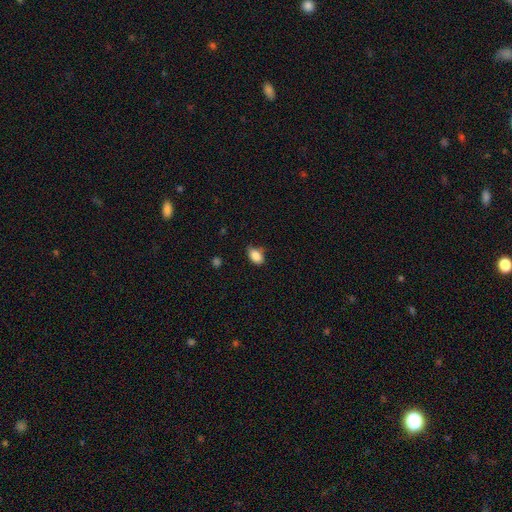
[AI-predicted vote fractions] Smooth or featured? Predicted: smooth (p=0.86). How rounded? Predicted: in between (p=0.86). Merging? Predicted: none (p=0.60).